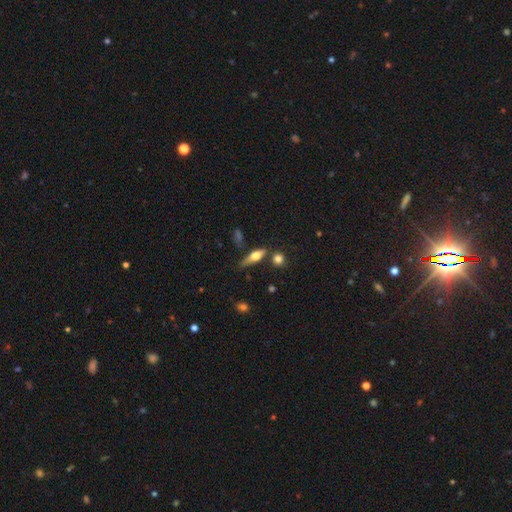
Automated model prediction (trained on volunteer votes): A smooth galaxy with no disk features (50%).

Vote fractions:
- Smooth or featured? smooth: 50% / featured or disk: 41% / star or artifact: 9%
- Merging? none: 57% / minor disturbance: 20% / merger: 13% / major disturbance: 9%